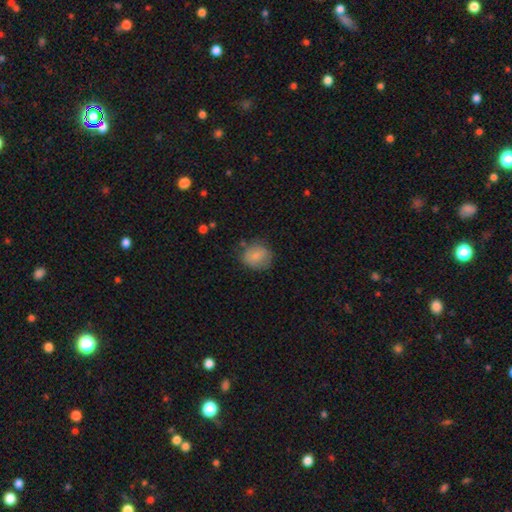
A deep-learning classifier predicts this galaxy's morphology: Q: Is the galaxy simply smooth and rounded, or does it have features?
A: smooth — 80%.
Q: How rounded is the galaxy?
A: round — 75%.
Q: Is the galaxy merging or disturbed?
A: none — 70%.